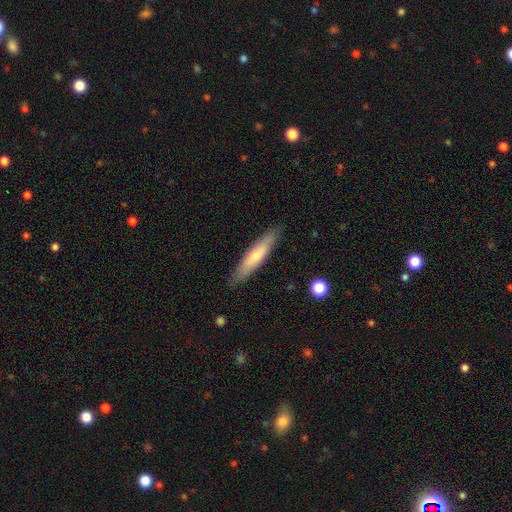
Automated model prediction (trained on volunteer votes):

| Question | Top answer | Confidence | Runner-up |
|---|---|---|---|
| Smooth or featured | smooth | 63% | featured or disk (31%) |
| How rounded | cigar-shaped | 85% | in between (14%) |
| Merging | none | 88% | minor disturbance (9%) |